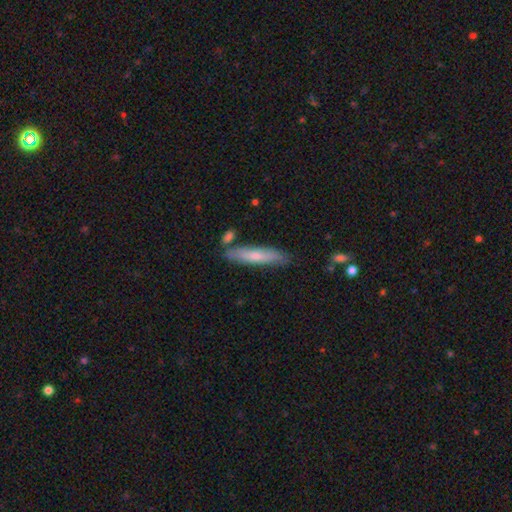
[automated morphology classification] smooth-or-featured: smooth: 66% | featured or disk: 28% | star or artifact: 6%
  how-rounded: cigar-shaped: 84% | in between: 14% | round: 1%
  merging: none: 76% | minor disturbance: 14% | merger: 7% | major disturbance: 3%